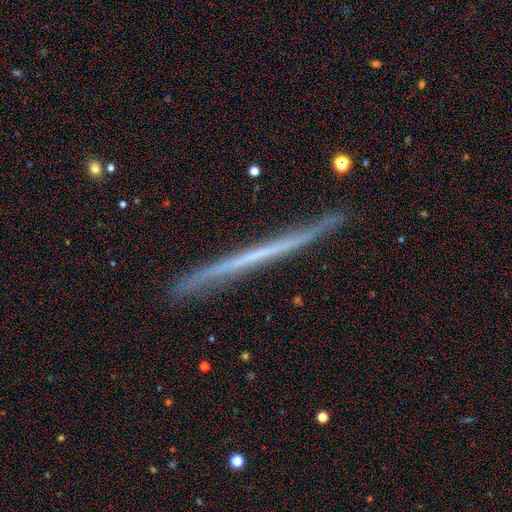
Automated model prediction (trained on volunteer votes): This appears to be a featured or disk galaxy (59%) viewed edge-on (96%) with no central bulge (94%). Merging: none (88%).